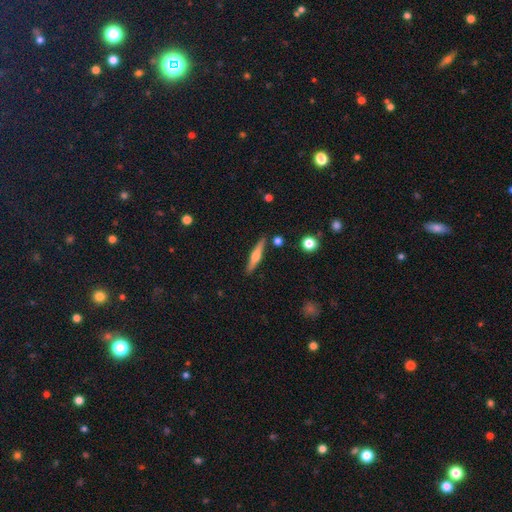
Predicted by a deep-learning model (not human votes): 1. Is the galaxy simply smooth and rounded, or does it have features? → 55% featured or disk, 39% smooth, 6% star or artifact.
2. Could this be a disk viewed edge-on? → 97% yes, 3% no.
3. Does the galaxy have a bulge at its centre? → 81% rounded, 11% boxy, 7% none.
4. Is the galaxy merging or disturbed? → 87% none, 8% minor disturbance, 3% merger, 2% major disturbance.